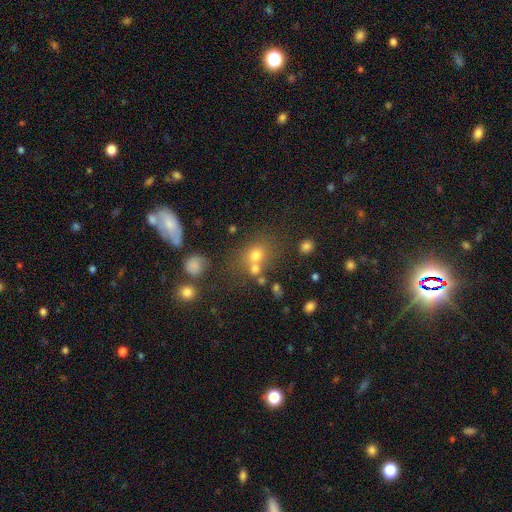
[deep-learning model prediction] The model was most divided on "merging": none: 50%, merger: 32%, minor disturbance: 11%, major disturbance: 6%. More confident: how rounded — round (70%); smooth or featured — smooth (68%).